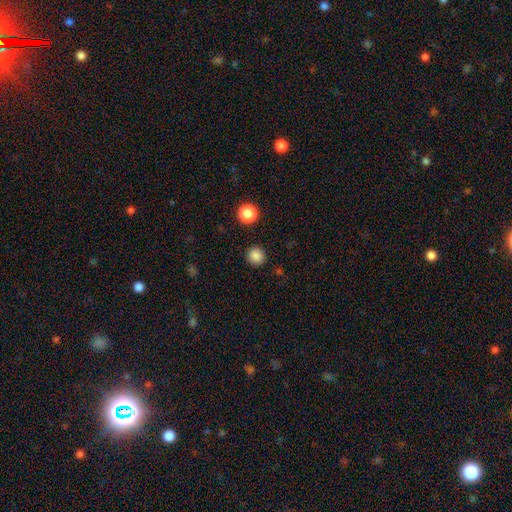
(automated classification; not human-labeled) Smooth or featured? Predicted: smooth (p=0.85). How rounded? Predicted: round (p=0.93). Merging? Predicted: none (p=0.91).